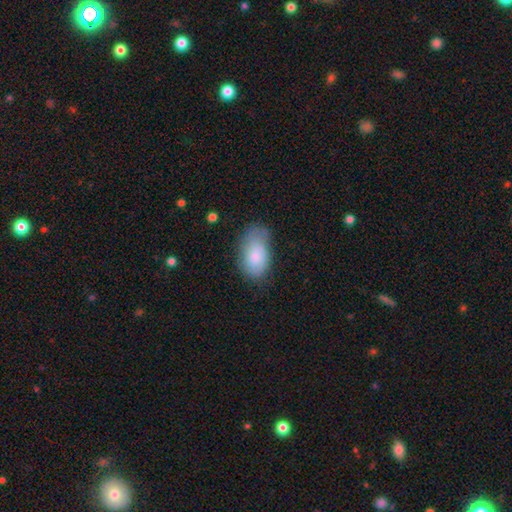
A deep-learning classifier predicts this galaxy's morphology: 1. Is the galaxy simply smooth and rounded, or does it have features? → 79% smooth, 14% featured or disk, 7% star or artifact.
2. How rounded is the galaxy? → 93% in between, 6% round, 2% cigar-shaped.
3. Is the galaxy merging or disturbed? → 53% none, 33% minor disturbance, 12% major disturbance, 2% merger.